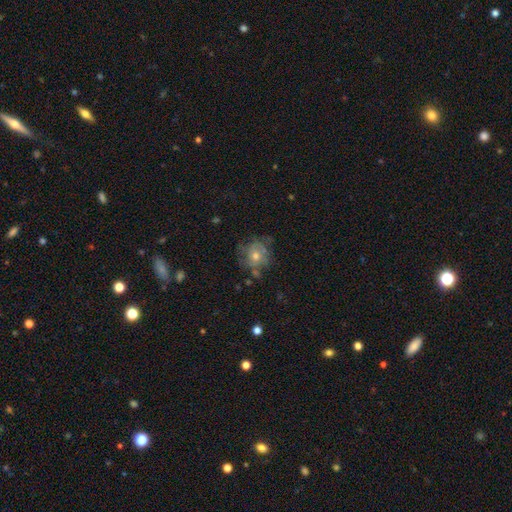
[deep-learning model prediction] Smooth or featured?
  - smooth: 45% * (tied)
  - featured or disk: 45% * (tied)
  - star or artifact: 10%
Merging?
  - none: 56% *
  - minor disturbance: 24%
  - major disturbance: 15%
  - merger: 4%